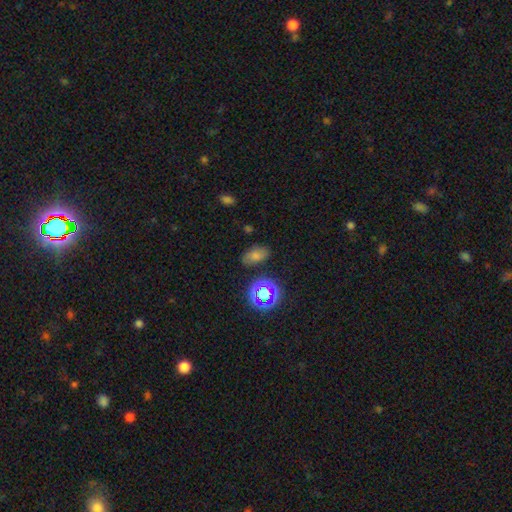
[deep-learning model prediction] Smooth or featured?
  - smooth: 47% *
  - star or artifact: 37%
  - featured or disk: 16%
Merging?
  - none: 79% *
  - minor disturbance: 13%
  - major disturbance: 4%
  - merger: 4%